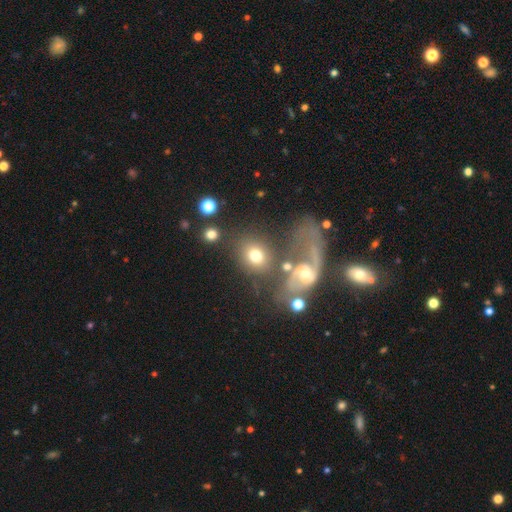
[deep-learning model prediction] Smooth or featured?
  - smooth: 63% *
  - featured or disk: 26%
  - star or artifact: 11%
How rounded?
  - round: 56% *
  - in between: 42%
  - cigar-shaped: 2%
Merging?
  - none: 52% *
  - merger: 24%
  - minor disturbance: 13%
  - major disturbance: 11%